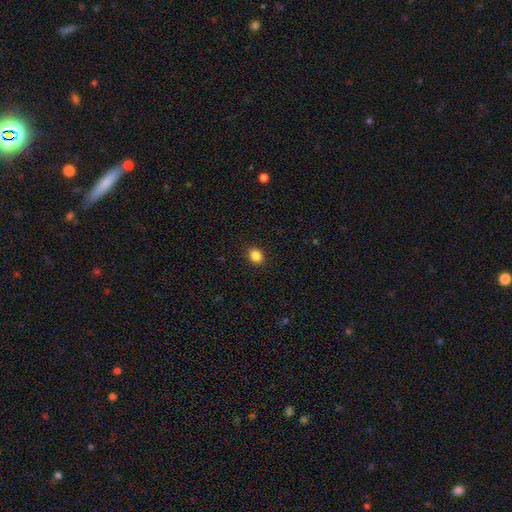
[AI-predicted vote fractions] Q: Smooth or featured?
A: smooth (86%); runner-up: star or artifact (11%)
Q: How rounded?
A: round (61%); runner-up: in between (39%)
Q: Merging?
A: none (91%); runner-up: minor disturbance (6%)